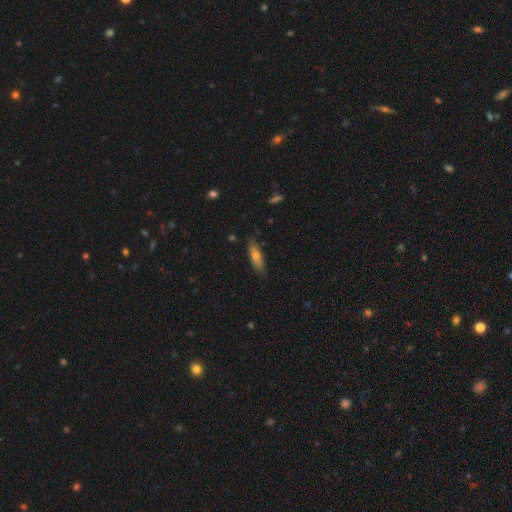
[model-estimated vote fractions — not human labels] This appears to be a smooth galaxy with no disk features (66%) that is cigar-shaped (66%). Merging: none (85%).